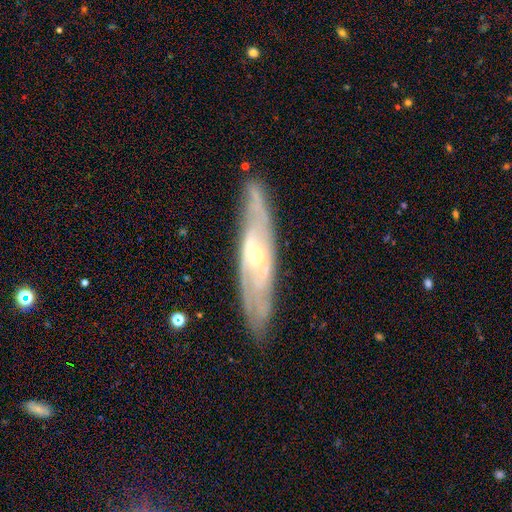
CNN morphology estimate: A featured or disk galaxy (81%) with no bar (55%), spiral arms (85%) and a small central bulge (64%). Merging: none (82%).